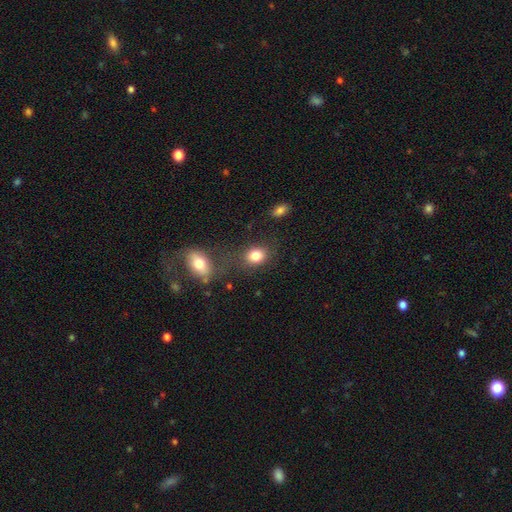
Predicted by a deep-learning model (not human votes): Smooth or featured? Predicted: smooth (p=0.82). How rounded? Predicted: in between (p=0.56). Merging? Predicted: none (p=0.69).